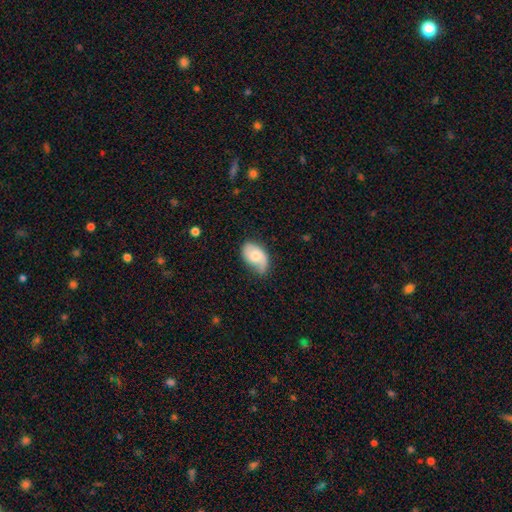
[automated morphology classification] The model was most divided on "smooth or featured": smooth: 51%, featured or disk: 43%, star or artifact: 6%. More confident: how rounded — in between (90%); merging — none (52%).